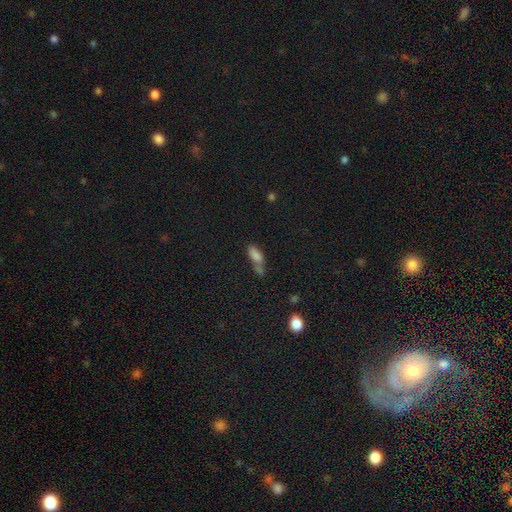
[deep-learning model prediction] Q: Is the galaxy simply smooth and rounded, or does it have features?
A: smooth — 76%.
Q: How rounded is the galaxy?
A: in between — 72%.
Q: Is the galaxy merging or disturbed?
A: merger — 39%.